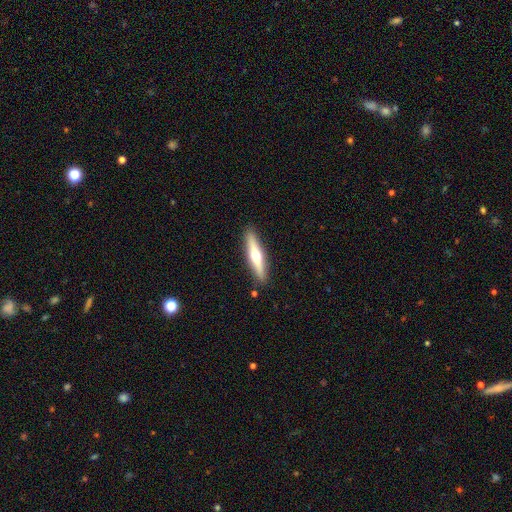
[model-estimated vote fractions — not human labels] A featured or disk galaxy (57%) viewed edge-on (95%) with a rounded central bulge (93%).

Vote fractions:
- Smooth or featured? featured or disk: 57% / smooth: 38% / star or artifact: 5%
- Edge-on disk? yes: 95% / no: 5%
- Edge-on bulge? rounded: 93% / none: 4% / boxy: 2%
- Merging? none: 90% / minor disturbance: 7% / major disturbance: 2% / merger: 1%